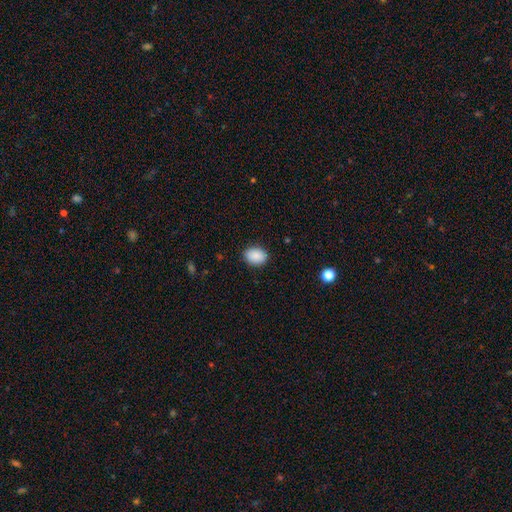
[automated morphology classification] Smooth or featured? Predicted: smooth (p=0.90). How rounded? Predicted: in between (p=0.71). Merging? Predicted: none (p=0.89).